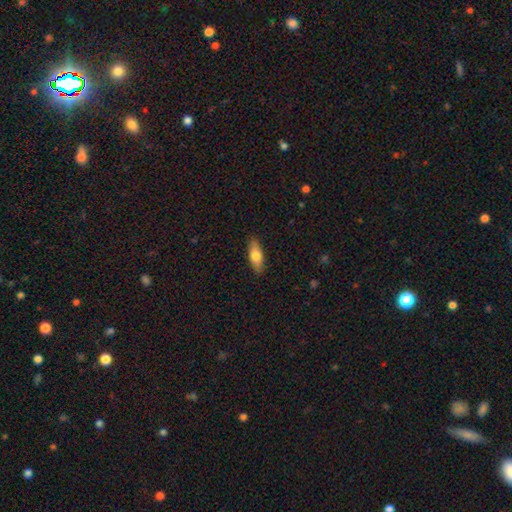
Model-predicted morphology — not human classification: The model was most divided on "how rounded": in between: 68%, cigar-shaped: 29%, round: 3%. More confident: merging — none (89%); smooth or featured — smooth (73%).